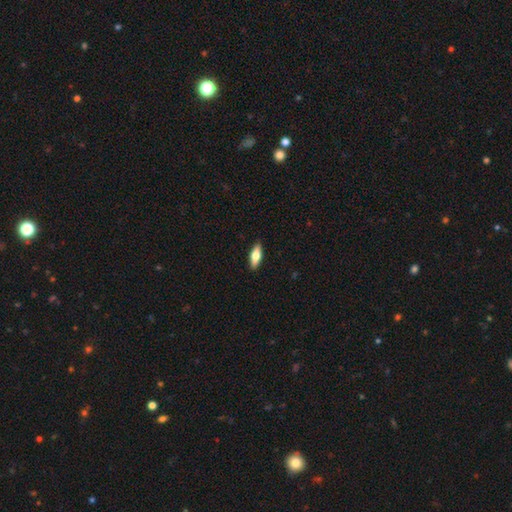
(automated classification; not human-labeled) Q: Smooth or featured?
A: smooth (64%); runner-up: featured or disk (30%)
Q: How rounded?
A: in between (66%); runner-up: cigar-shaped (32%)
Q: Merging?
A: none (90%); runner-up: minor disturbance (7%)